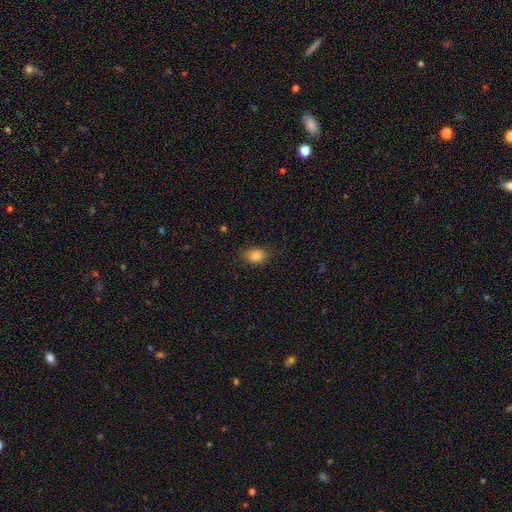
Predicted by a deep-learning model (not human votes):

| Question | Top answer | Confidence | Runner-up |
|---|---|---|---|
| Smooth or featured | smooth | 84% | star or artifact (10%) |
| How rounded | in between | 65% | round (34%) |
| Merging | none | 84% | minor disturbance (12%) |